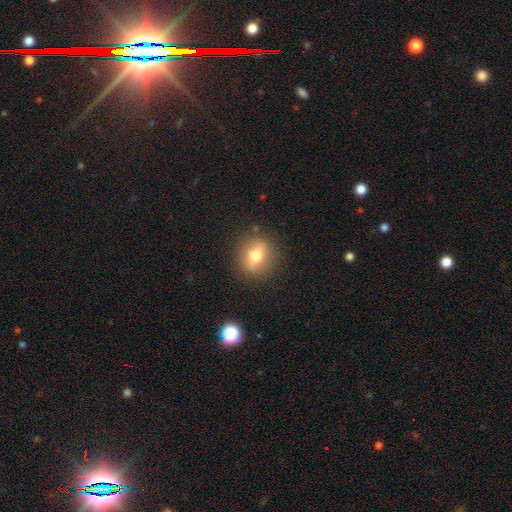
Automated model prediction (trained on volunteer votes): smooth_or_featured: smooth (p=0.58) [alt: featured or disk p=0.33]
how_rounded: round (p=0.70) [alt: in between p=0.27]
merging: none (p=0.86) [alt: minor disturbance p=0.10]